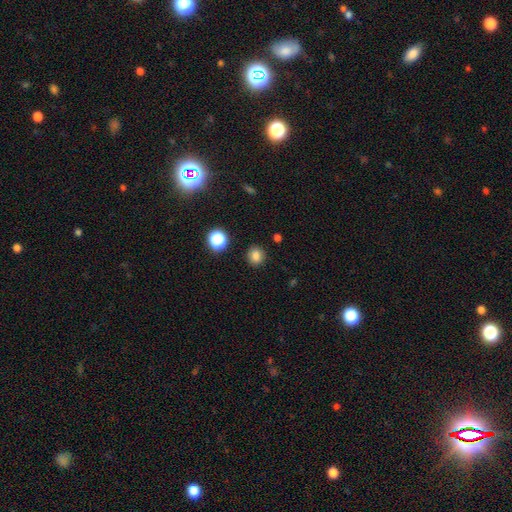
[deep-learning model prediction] A smooth galaxy with no disk features (82%) that is round (84%).

Vote fractions:
- Smooth or featured? smooth: 82% / star or artifact: 13% / featured or disk: 5%
- How rounded? round: 84% / in between: 15% / cigar-shaped: 1%
- Merging? none: 89% / minor disturbance: 7% / major disturbance: 2% / merger: 2%